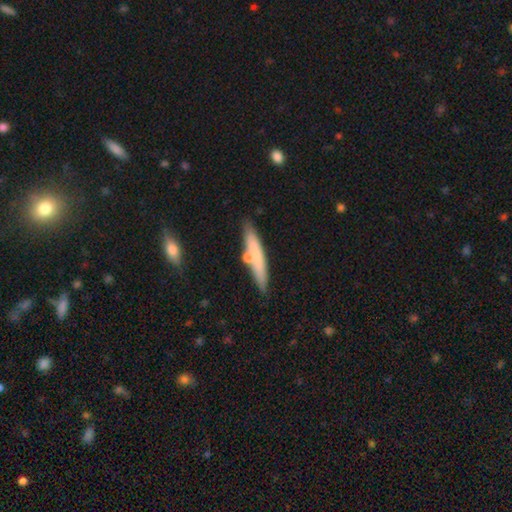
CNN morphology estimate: Smooth or featured: smooth — 61% (featured or disk — 32%)
How rounded: cigar-shaped — 89% (in between — 9%)
Merging: none — 77% (minor disturbance — 12%)